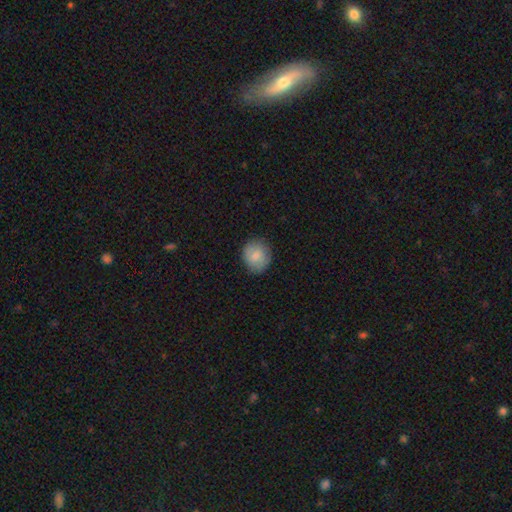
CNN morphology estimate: type=smooth (79%); roundness=round (77%); merging=none (83%).